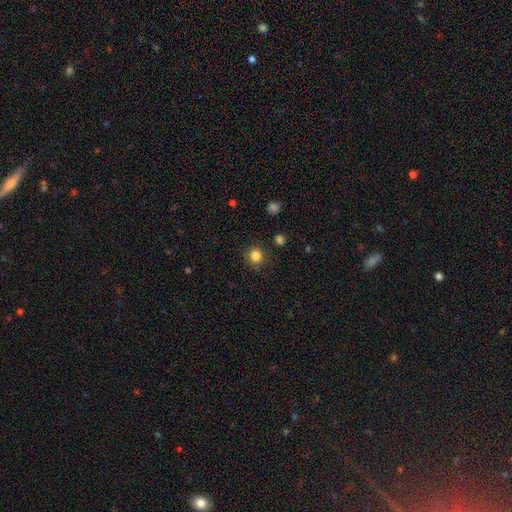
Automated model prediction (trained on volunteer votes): smooth_or_featured: smooth (p=0.83) [alt: star or artifact p=0.12]
how_rounded: round (p=0.92) [alt: in between p=0.07]
merging: none (p=0.88) [alt: minor disturbance p=0.08]